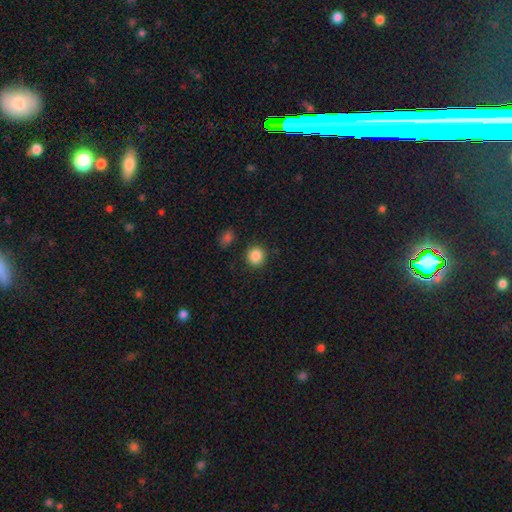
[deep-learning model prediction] Smooth or featured? Predicted: smooth (p=0.87). How rounded? Predicted: round (p=0.90). Merging? Predicted: none (p=0.89).